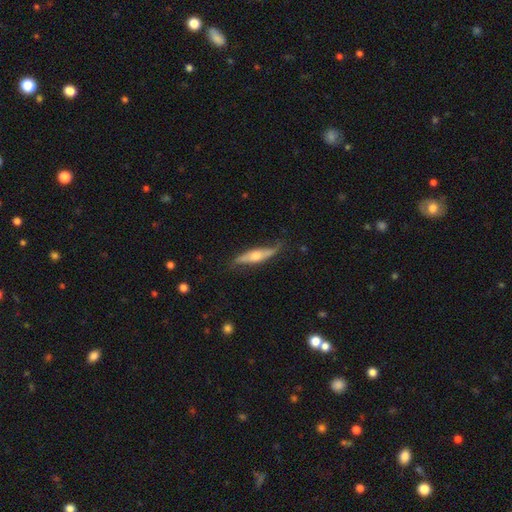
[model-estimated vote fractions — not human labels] Smooth or featured? featured or disk (63%)
Edge-on disk? yes (73%)
Merging? none (66%)